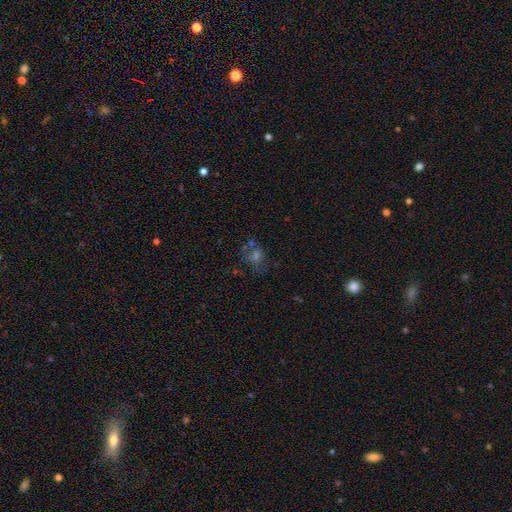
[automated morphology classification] Smooth or featured? Predicted: smooth (p=0.41). Merging? Predicted: none (p=0.57).